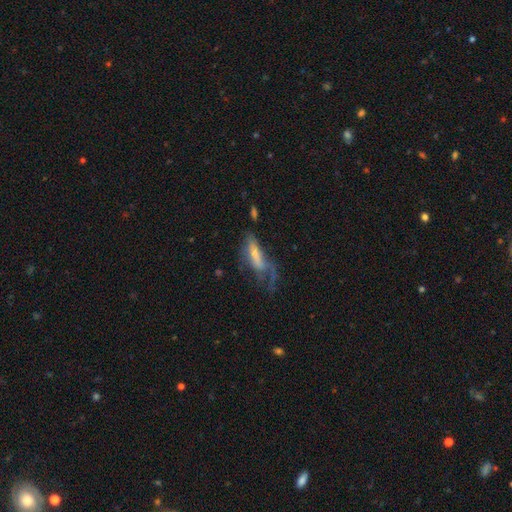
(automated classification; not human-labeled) A smooth galaxy with no disk features (48%). Merging: major disturbance (51%).